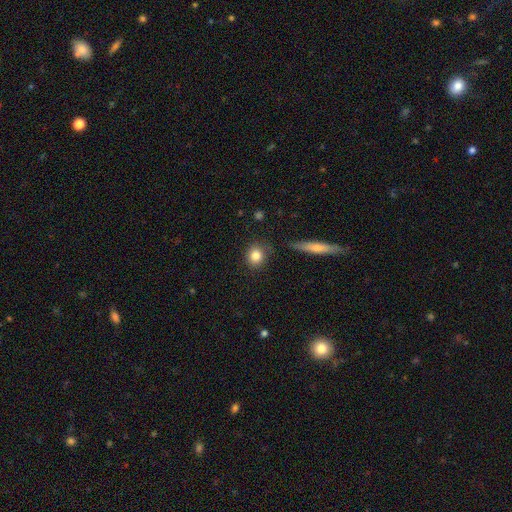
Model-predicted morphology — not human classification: smooth_or_featured: smooth (p=0.83) [alt: star or artifact p=0.09]
how_rounded: round (p=0.82) [alt: in between p=0.16]
merging: none (p=0.85) [alt: minor disturbance p=0.09]